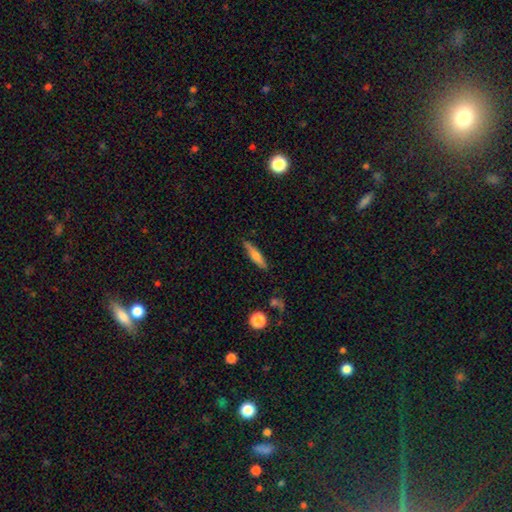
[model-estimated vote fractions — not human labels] A smooth galaxy with no disk features (57%) that is cigar-shaped (79%).

Vote fractions:
- Smooth or featured? smooth: 57% / featured or disk: 37% / star or artifact: 7%
- How rounded? cigar-shaped: 79% / in between: 18% / round: 2%
- Merging? none: 84% / minor disturbance: 12% / major disturbance: 2% / merger: 2%